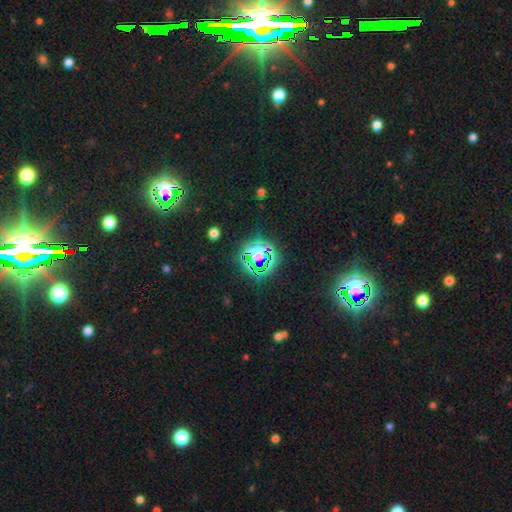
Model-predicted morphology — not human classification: A star or artifact, not a galaxy (71%).